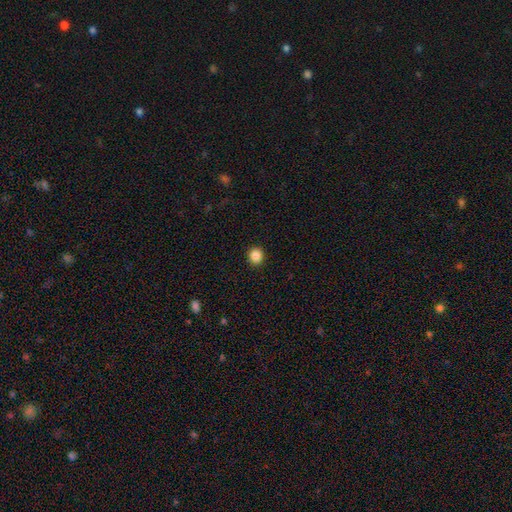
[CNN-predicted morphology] Q: Smooth or featured?
A: smooth (86%); runner-up: star or artifact (10%)
Q: How rounded?
A: round (86%); runner-up: in between (13%)
Q: Merging?
A: none (92%); runner-up: minor disturbance (5%)